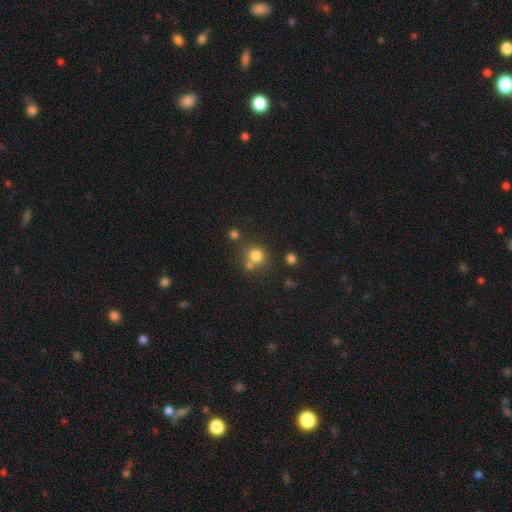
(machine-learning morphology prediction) A smooth galaxy with no disk features (78%) that is round (89%). Merging: none (63%).